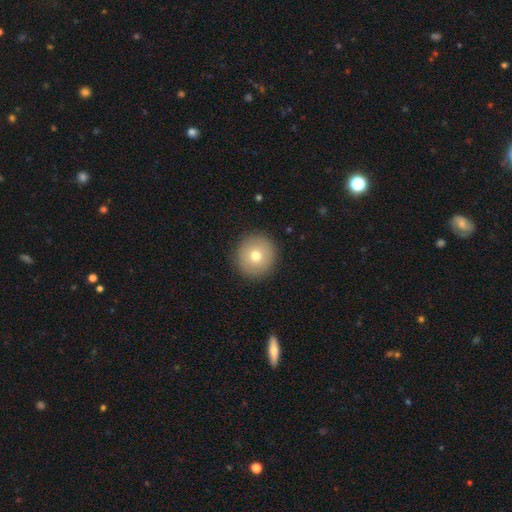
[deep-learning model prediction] Smooth or featured? Predicted: smooth (p=0.71). How rounded? Predicted: round (p=0.95). Merging? Predicted: none (p=0.91).